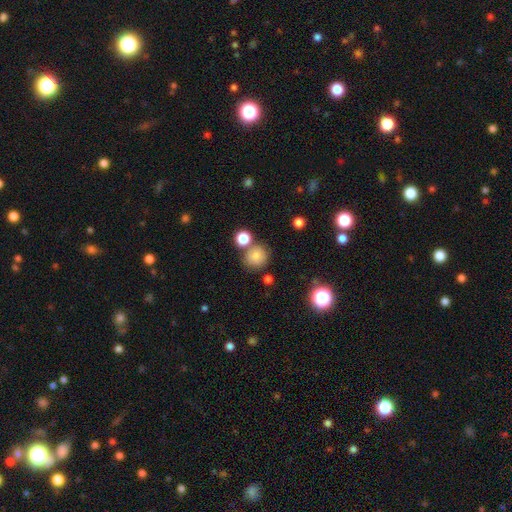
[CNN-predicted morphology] type=smooth (81%); roundness=round (88%); merging=none (68%).